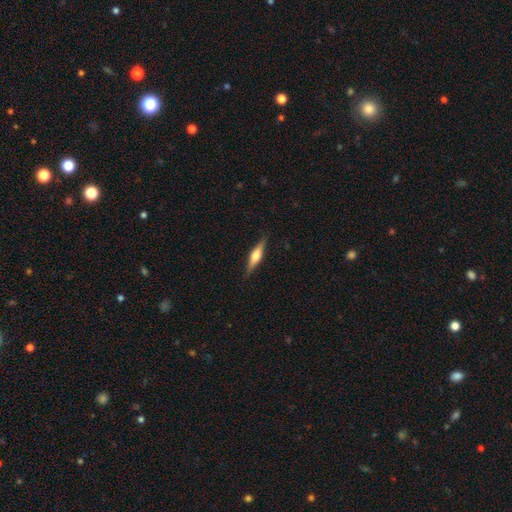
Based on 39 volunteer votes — This appears to be a featured or disk galaxy (67%) viewed edge-on (96%) with a rounded central bulge (100%). Merging: none (84%).